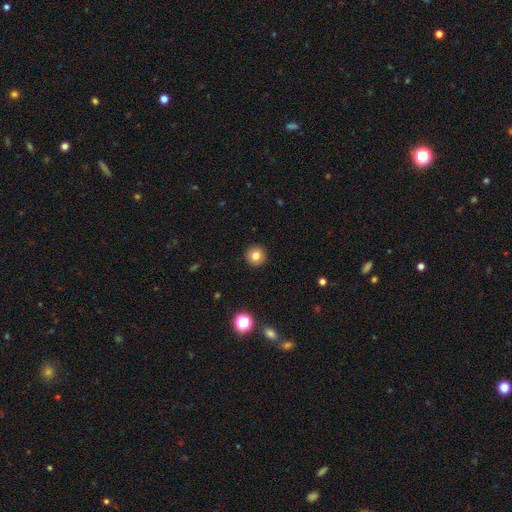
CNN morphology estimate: This is likely a smooth galaxy (80%). How rounded: clearly round (96%). Merging: clearly none (93%).